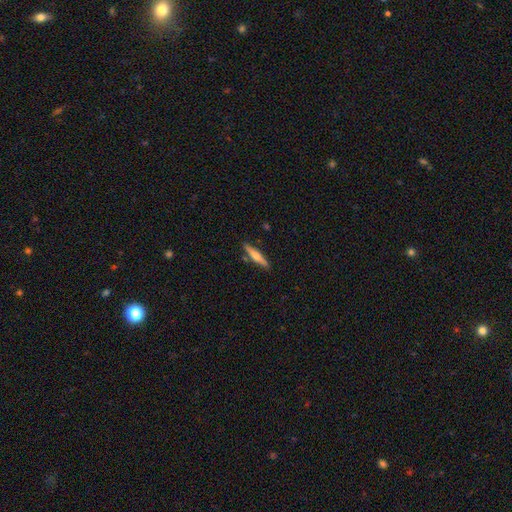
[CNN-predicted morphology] The model was most divided on "smooth or featured": featured or disk: 48%, smooth: 46%, star or artifact: 6%. More confident: merging — none (86%).